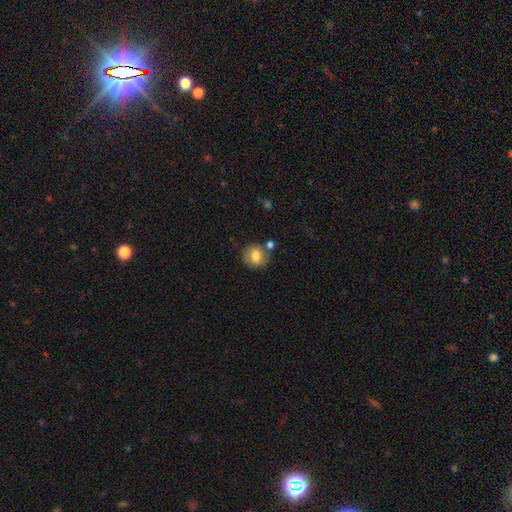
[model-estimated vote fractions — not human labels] smooth_or_featured: smooth (p=0.78) [alt: featured or disk p=0.13]
how_rounded: round (p=0.81) [alt: in between p=0.18]
merging: none (p=0.69) [alt: minor disturbance p=0.14]